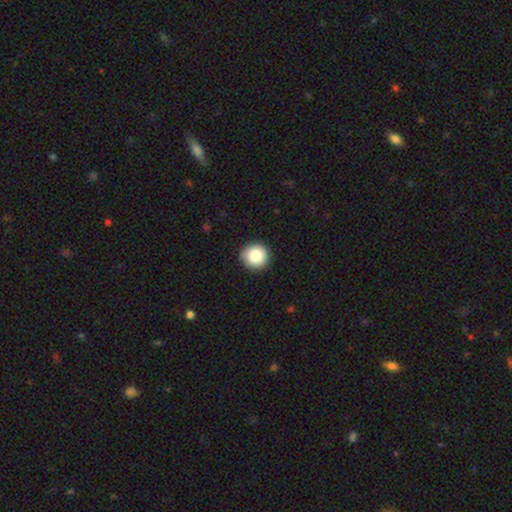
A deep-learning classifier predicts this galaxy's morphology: type=smooth (87%); roundness=round (93%); merging=none (90%).